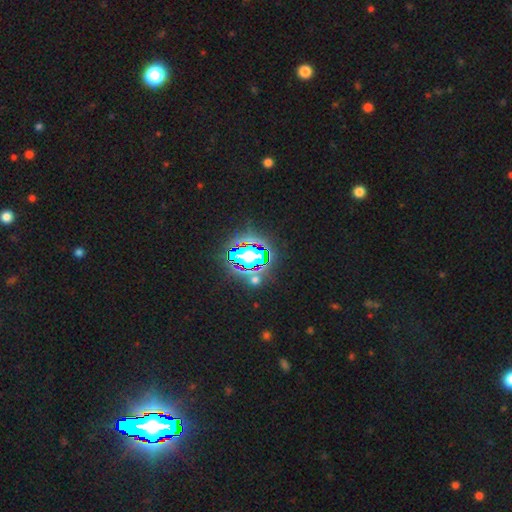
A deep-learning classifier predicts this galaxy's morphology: This appears to be a star or artifact, not a galaxy (84%).